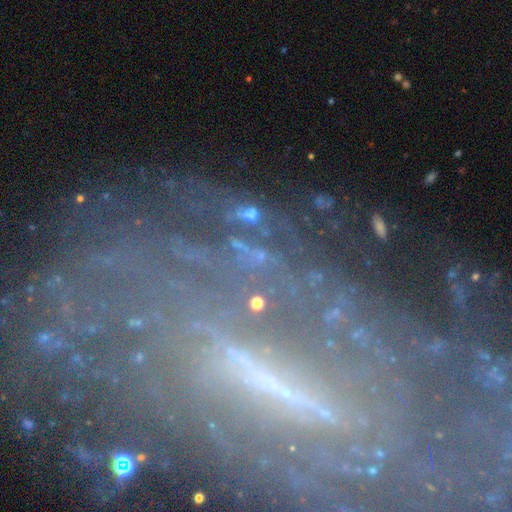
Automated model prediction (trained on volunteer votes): This appears to be a featured or disk galaxy (52%). Merging: none (66%).